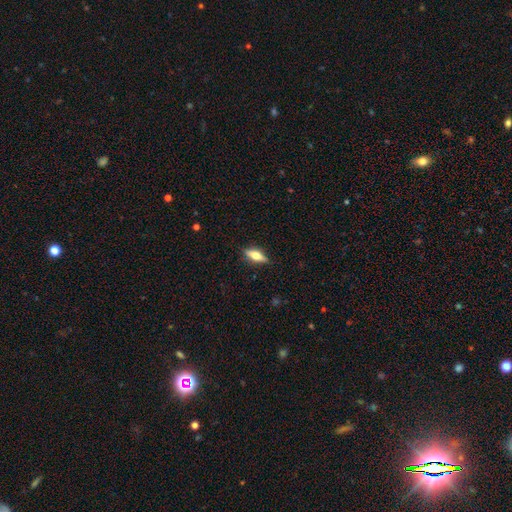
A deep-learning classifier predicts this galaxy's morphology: Smooth or featured? featured or disk (49%)
Merging? none (85%)